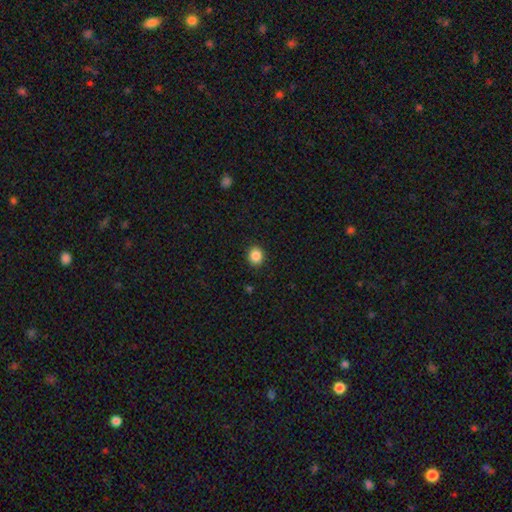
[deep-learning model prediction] This is clearly a smooth galaxy (87%). How rounded: likely round (77%). Merging: clearly none (91%).